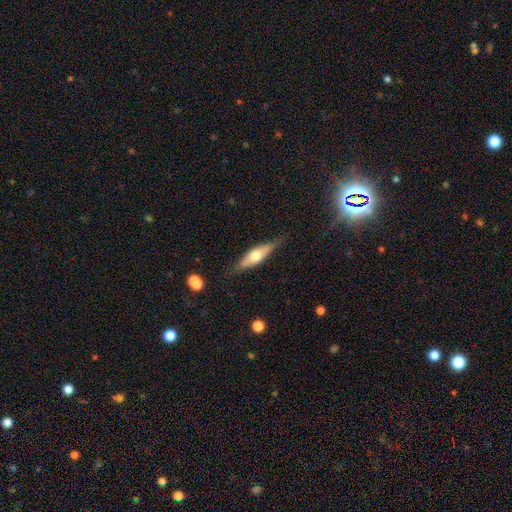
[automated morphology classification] Overall: featured or disk (50%; smooth 44%). Merging: none (78%).